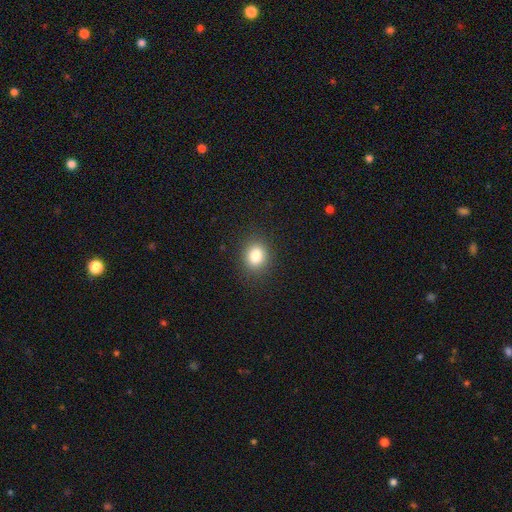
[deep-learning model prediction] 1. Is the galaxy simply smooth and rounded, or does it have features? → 82% smooth, 12% star or artifact, 7% featured or disk.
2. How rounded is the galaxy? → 63% round, 37% in between, 1% cigar-shaped.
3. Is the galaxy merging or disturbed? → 88% none, 8% minor disturbance, 3% major disturbance, 1% merger.